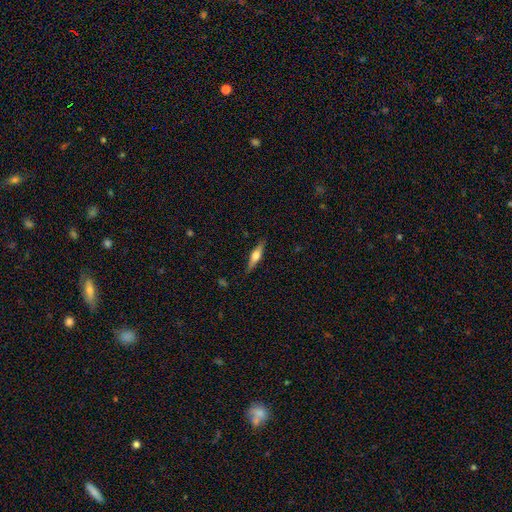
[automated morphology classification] This appears to be a featured or disk galaxy (51%) viewed edge-on (93%). Merging: none (85%).